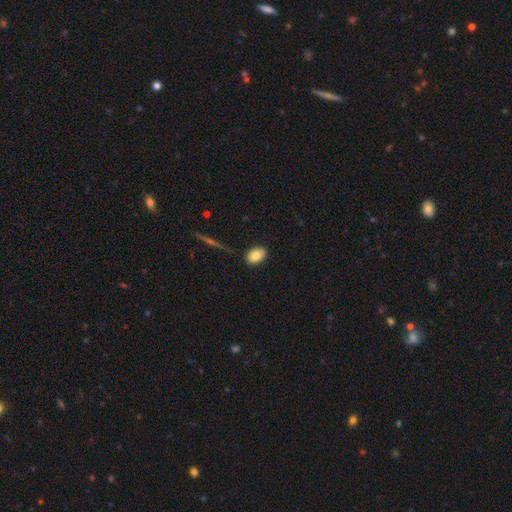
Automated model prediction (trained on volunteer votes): This is clearly a smooth galaxy (81%). How rounded: clearly in between (84%). Merging: clearly none (87%).